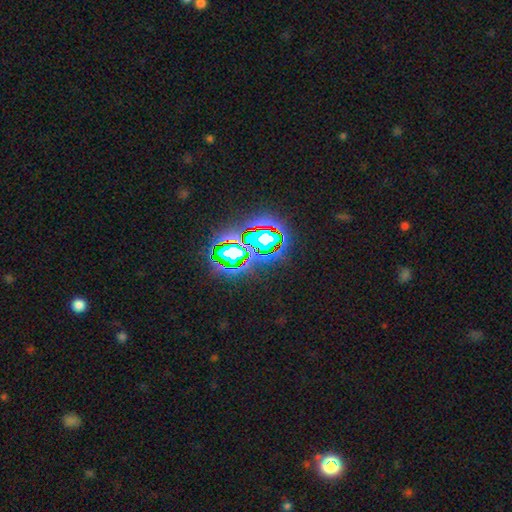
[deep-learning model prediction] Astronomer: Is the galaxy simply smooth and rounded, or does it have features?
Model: star or artifact — 80%.